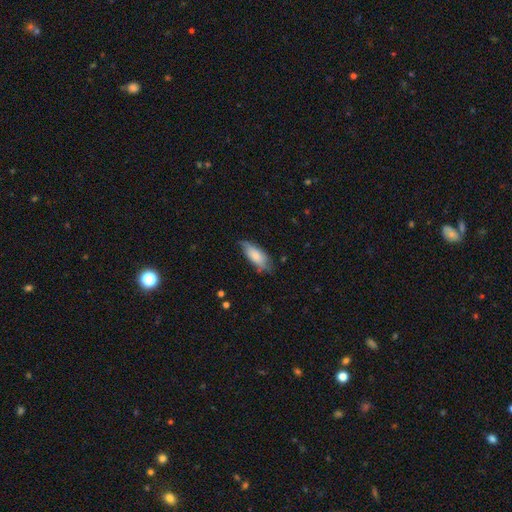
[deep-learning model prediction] Q: Smooth or featured?
A: smooth (76%); runner-up: featured or disk (18%)
Q: How rounded?
A: in between (80%); runner-up: cigar-shaped (18%)
Q: Merging?
A: none (62%); runner-up: minor disturbance (30%)